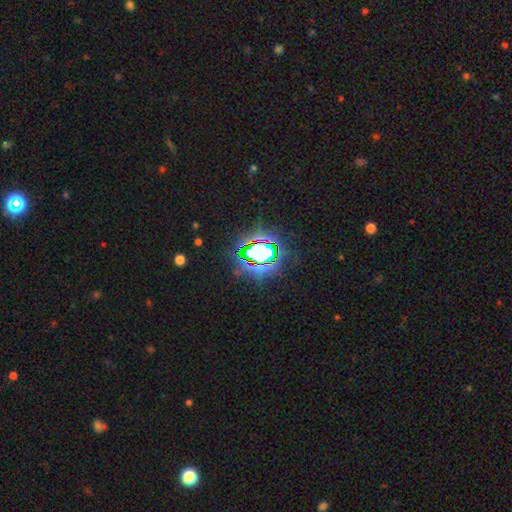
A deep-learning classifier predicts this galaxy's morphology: Q: Smooth or featured?
A: star or artifact (74%); runner-up: smooth (14%)